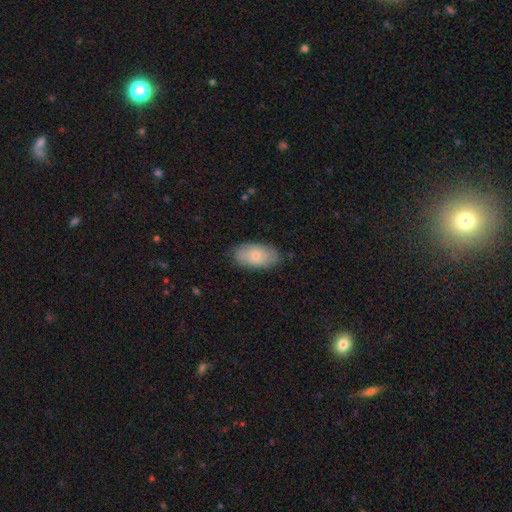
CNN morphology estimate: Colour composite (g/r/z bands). It shows a smooth galaxy with no disk features (65%) that is in between round and cigar-shaped (94%). Merging: none (81%).